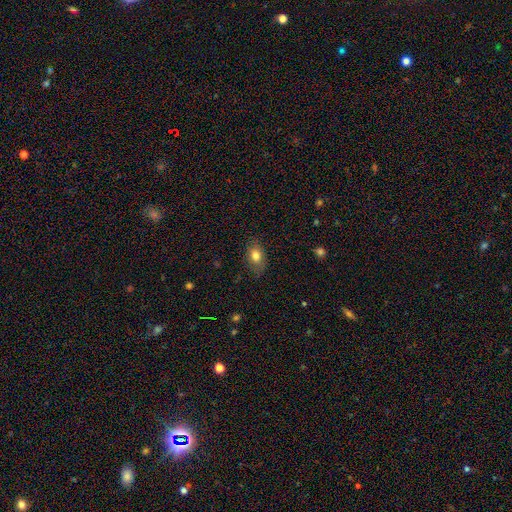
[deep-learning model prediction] A smooth galaxy with no disk features (78%) that is in between round and cigar-shaped (82%). Merging: none (79%).